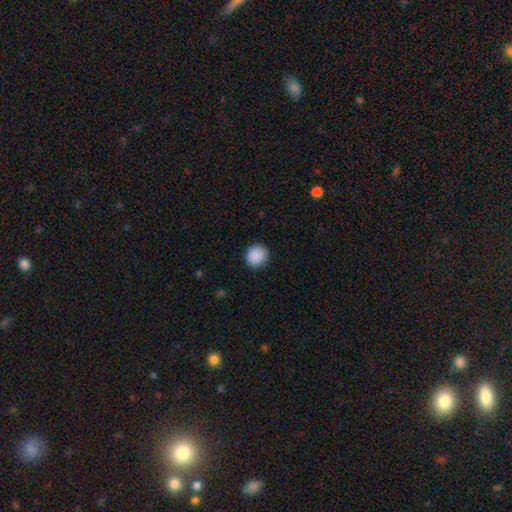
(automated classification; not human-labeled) Smooth or featured?
  - smooth: 89% *
  - star or artifact: 8%
  - featured or disk: 2%
How rounded?
  - round: 89% *
  - in between: 10%
  - cigar-shaped: 1%
Merging?
  - none: 90% *
  - minor disturbance: 7%
  - major disturbance: 2%
  - merger: 1%